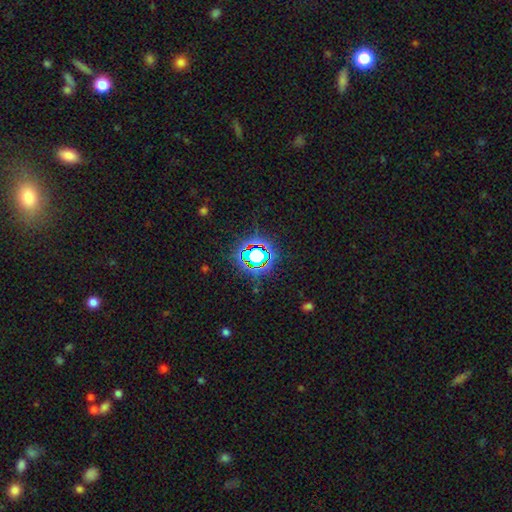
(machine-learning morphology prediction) star or artifact 70%, smooth 19%, featured or disk 11%.